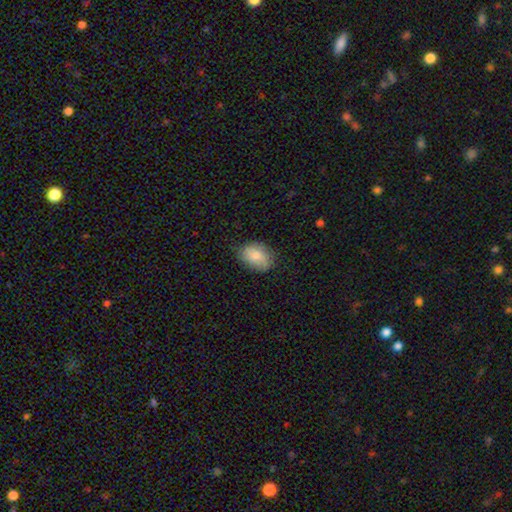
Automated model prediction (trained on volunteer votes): smooth_or_featured: smooth (p=0.81) [alt: featured or disk p=0.12]
how_rounded: in between (p=0.80) [alt: round p=0.19]
merging: none (p=0.74) [alt: minor disturbance p=0.21]